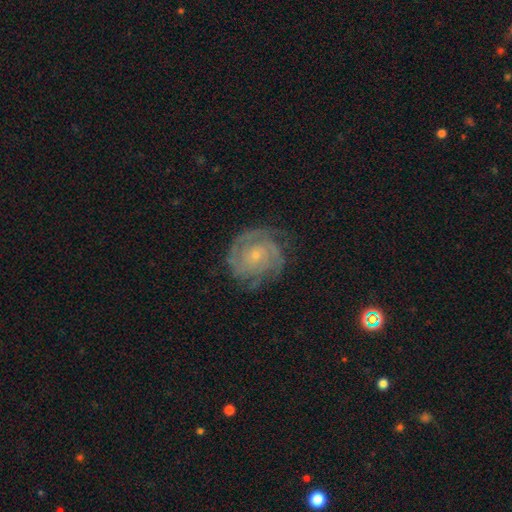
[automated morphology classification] Smooth or featured? featured or disk (86%)
Edge-on disk? no (98%)
Bar? no (72%)
Spiral arms? yes (97%)
Spiral winding? tight (69%)
Spiral arm count? 2 (38%)
Bulge size? small (78%)
Merging? none (76%)